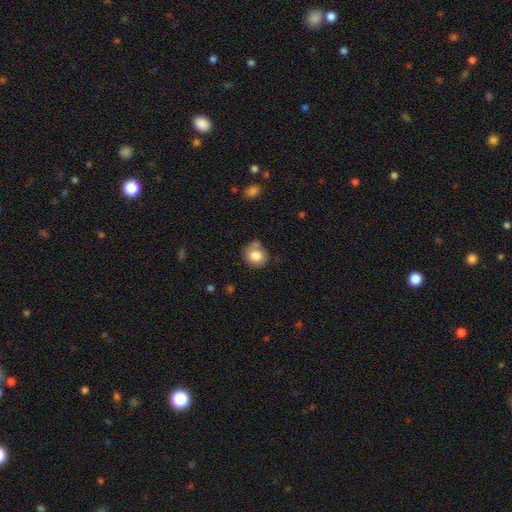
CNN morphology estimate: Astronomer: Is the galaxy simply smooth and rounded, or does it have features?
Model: smooth — 81%.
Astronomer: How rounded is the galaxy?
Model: round — 76%.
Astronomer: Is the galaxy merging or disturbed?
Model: none — 62%.